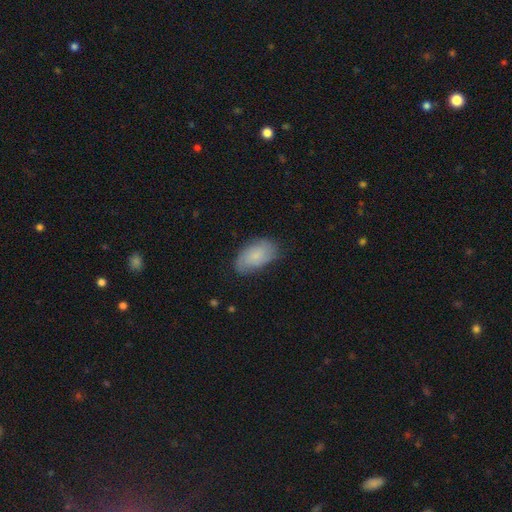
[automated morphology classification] A smooth galaxy with no disk features (66%) that is in between round and cigar-shaped (93%). Merging: none (73%).